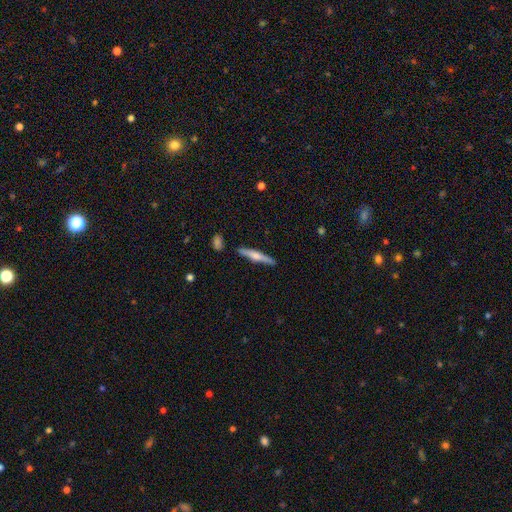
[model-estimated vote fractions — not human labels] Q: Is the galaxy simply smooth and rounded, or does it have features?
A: featured or disk — 54%.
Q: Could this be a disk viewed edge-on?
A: yes — 97%.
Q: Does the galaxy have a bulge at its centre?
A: rounded — 79%.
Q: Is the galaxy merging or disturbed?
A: none — 87%.